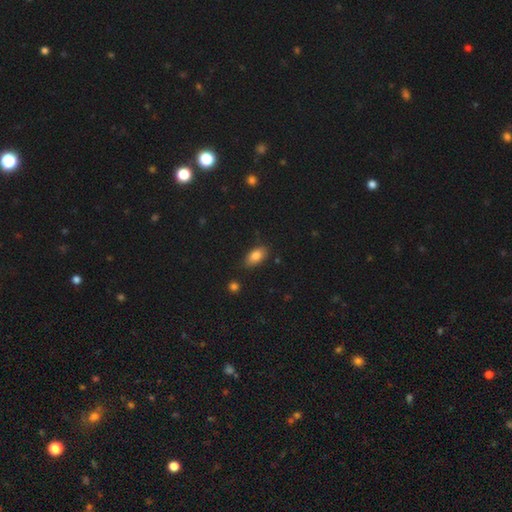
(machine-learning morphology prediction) type=smooth (83%); roundness=in between (90%); merging=none (80%).